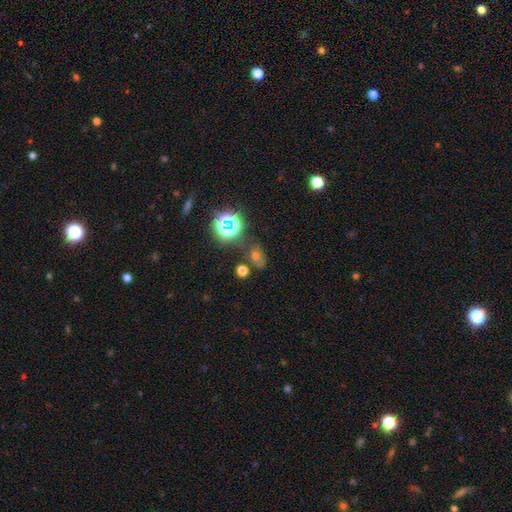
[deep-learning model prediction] This is possibly a smooth galaxy (49%). Merging: likely none (63%).